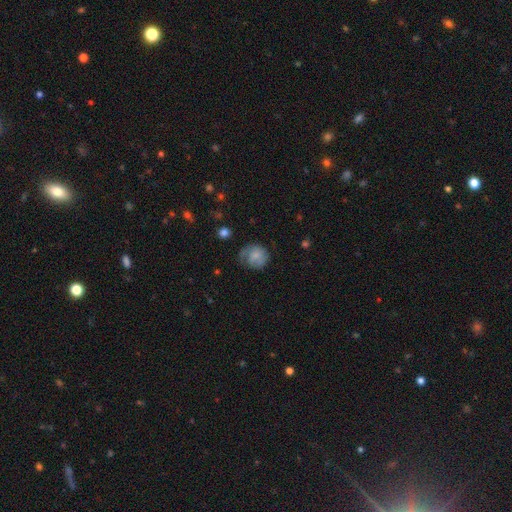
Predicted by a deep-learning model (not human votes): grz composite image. It shows a smooth galaxy with no disk features (60%) that is round (79%). Merging: none (51%).